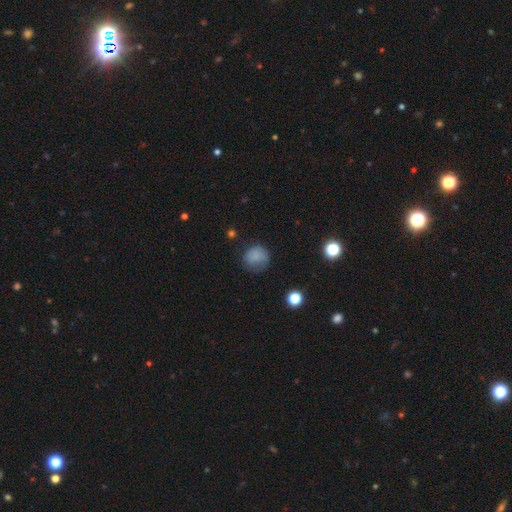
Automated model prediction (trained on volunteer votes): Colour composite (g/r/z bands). It shows a smooth galaxy with no disk features (81%) that is round (82%). Merging: none (65%).